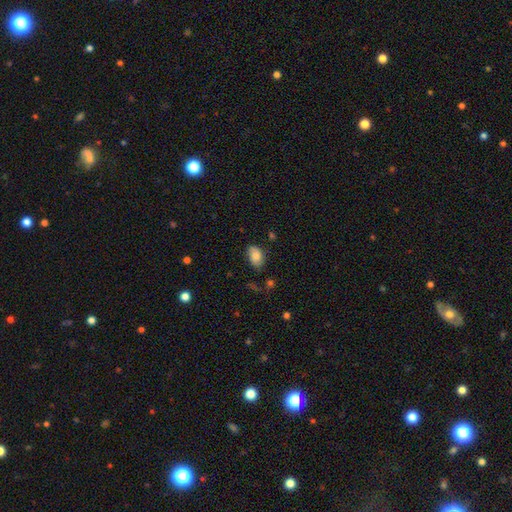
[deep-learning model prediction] Smooth or featured? smooth (77%)
How rounded? in between (86%)
Merging? none (70%)